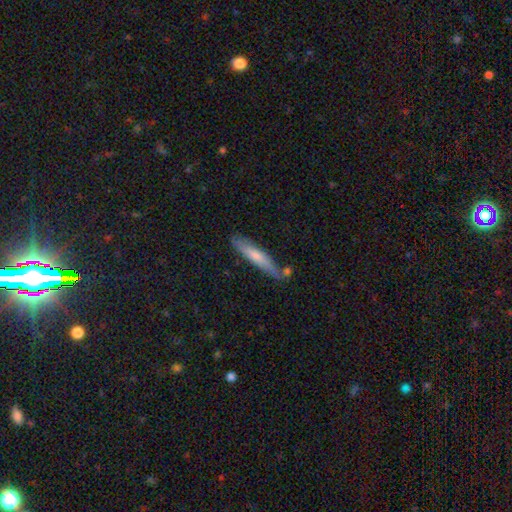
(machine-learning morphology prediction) This appears to be a smooth galaxy with no disk features (62%) that is cigar-shaped (91%). Merging: none (74%).